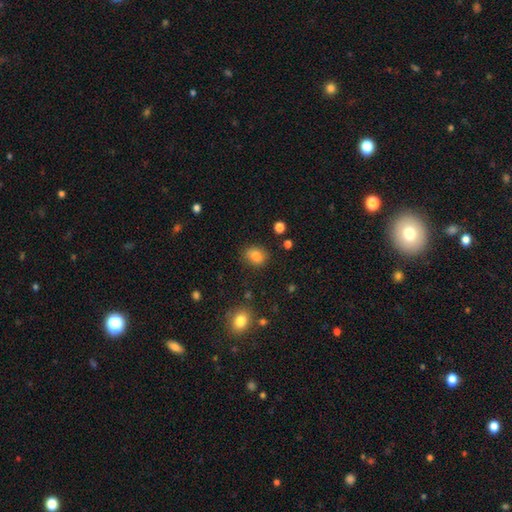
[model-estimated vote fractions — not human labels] This is clearly a smooth galaxy (84%). How rounded: possibly in between (58%). Merging: clearly none (82%).